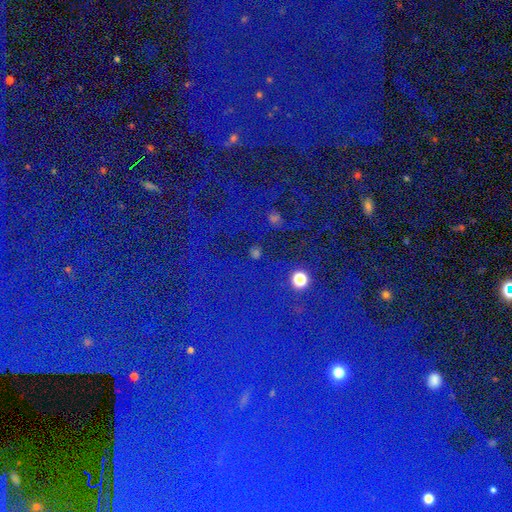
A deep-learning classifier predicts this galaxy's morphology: Smooth or featured? star or artifact (82%)